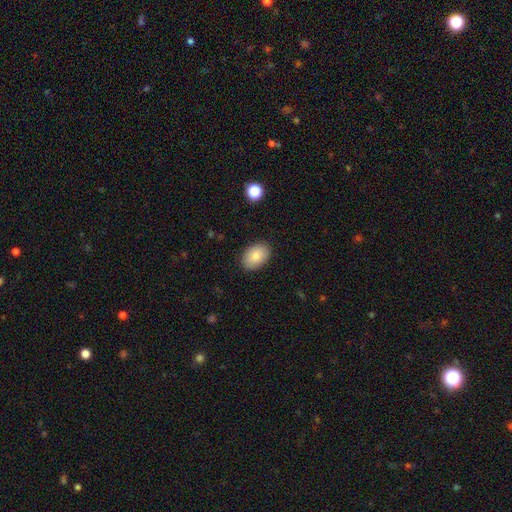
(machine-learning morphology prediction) Smooth or featured? Predicted: smooth (p=0.85). How rounded? Predicted: in between (p=0.86). Merging? Predicted: none (p=0.88).